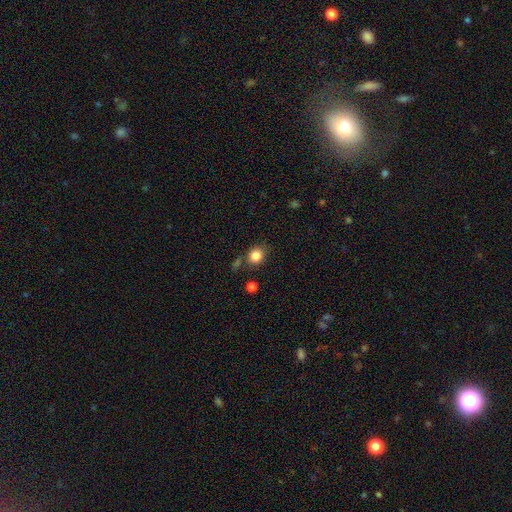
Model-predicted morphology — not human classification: A smooth galaxy with no disk features (84%) that is round (72%). Merging: none (73%).